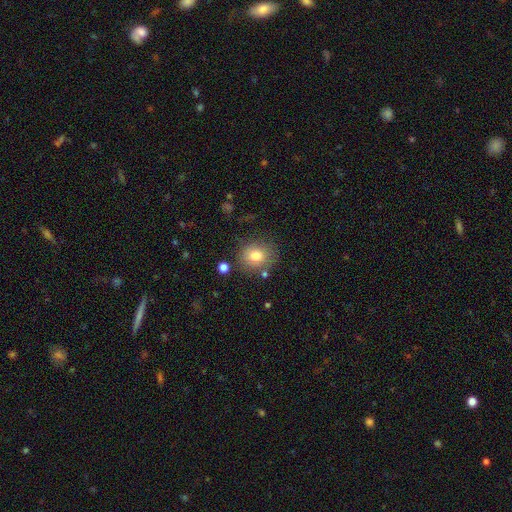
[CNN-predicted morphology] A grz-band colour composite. It shows a smooth galaxy with no disk features (79%) that is round (75%). Merging: none (76%).